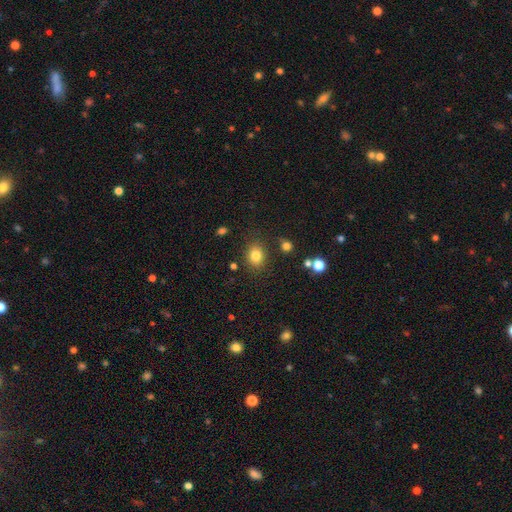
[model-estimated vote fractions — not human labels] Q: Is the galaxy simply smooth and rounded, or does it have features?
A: smooth — 82%.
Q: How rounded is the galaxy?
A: round — 55%.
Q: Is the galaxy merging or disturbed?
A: none — 81%.